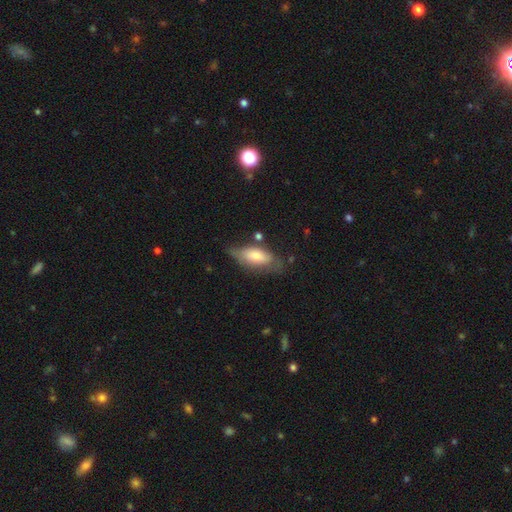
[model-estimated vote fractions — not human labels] This appears to be a smooth galaxy with no disk features (64%) that is in between round and cigar-shaped (78%). Merging: none (59%).